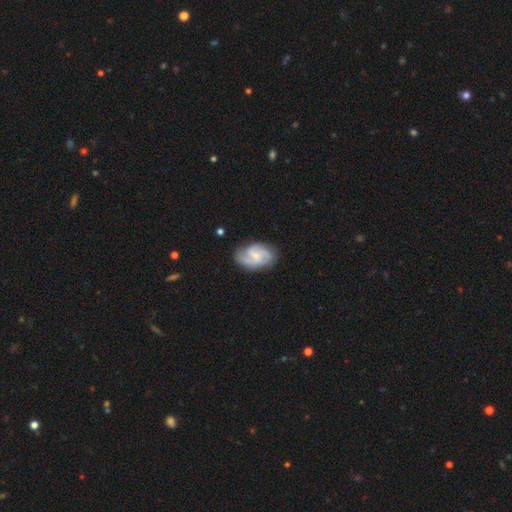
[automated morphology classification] type=featured or disk (80%); edge-on=no (98%); bar=weak (50%); spiral arms=yes (95%); winding=medium (51%); arm count=2 (60%); bulge=small (65%); merging=none (75%).